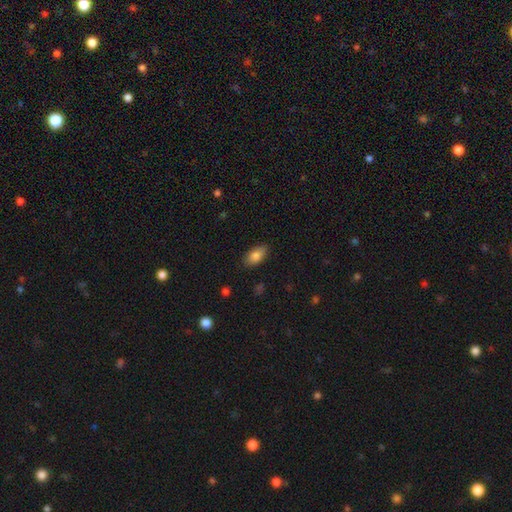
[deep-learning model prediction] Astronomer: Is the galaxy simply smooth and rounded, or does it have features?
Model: smooth — 84%.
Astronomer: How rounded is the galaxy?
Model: in between — 92%.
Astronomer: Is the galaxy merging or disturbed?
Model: none — 86%.